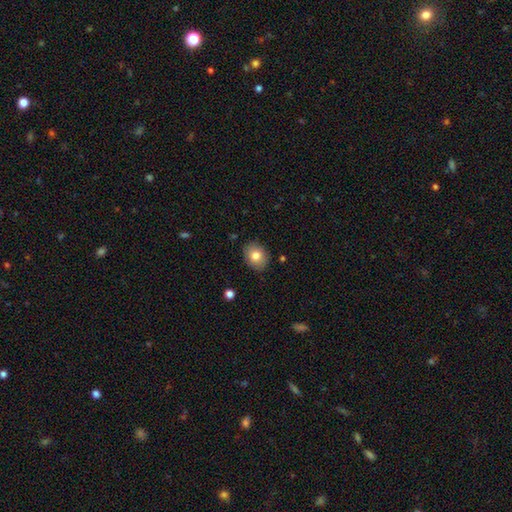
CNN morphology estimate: Overall: smooth (80%). How rounded: in between (53%; round 46%). Merging: none (87%).